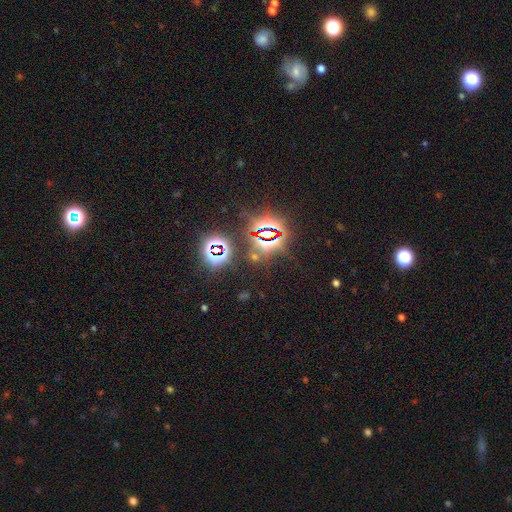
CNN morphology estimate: Smooth or featured? star or artifact (81%)